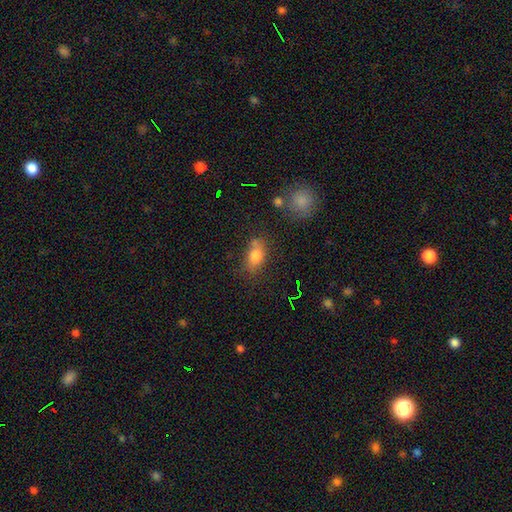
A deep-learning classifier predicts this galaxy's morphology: Smooth or featured?
  - smooth: 74% *
  - featured or disk: 13%
  - star or artifact: 12%
How rounded?
  - in between: 80% *
  - round: 14%
  - cigar-shaped: 5%
Merging?
  - none: 61% *
  - minor disturbance: 22%
  - merger: 9%
  - major disturbance: 8%